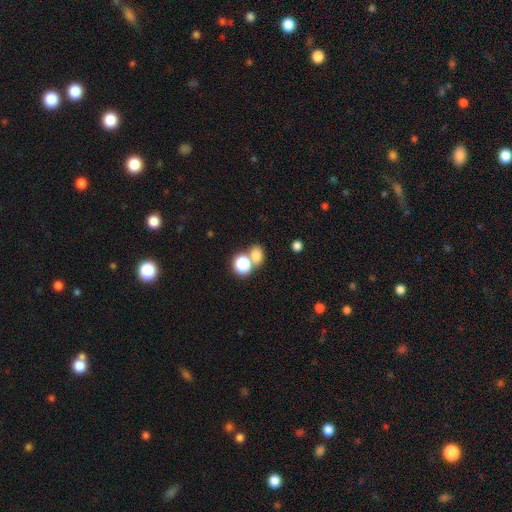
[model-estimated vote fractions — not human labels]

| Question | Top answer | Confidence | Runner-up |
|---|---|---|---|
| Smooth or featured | smooth | 75% | star or artifact (16%) |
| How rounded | round | 53% | in between (46%) |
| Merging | none | 48% | merger (40%) |